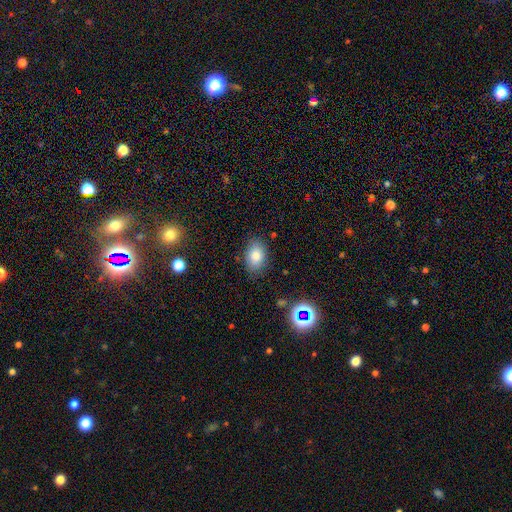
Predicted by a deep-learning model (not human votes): The model was most divided on "merging": none: 82%, minor disturbance: 13%, major disturbance: 3%, merger: 2%. More confident: how rounded — in between (84%); smooth or featured — smooth (81%).